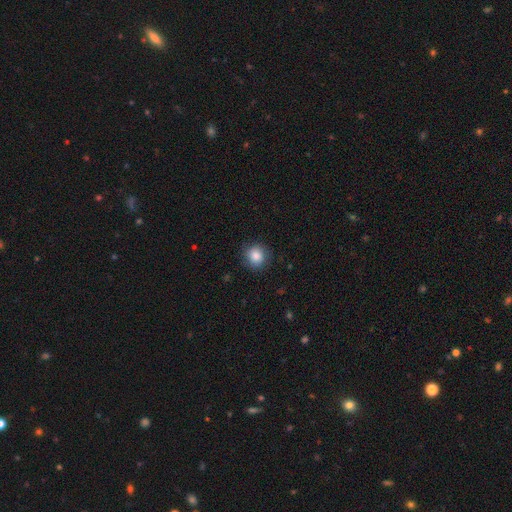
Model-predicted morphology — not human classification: smooth 84%, star or artifact 9%, featured or disk 8%. Down the decision tree: how rounded — round (87%); merging — none (83%).